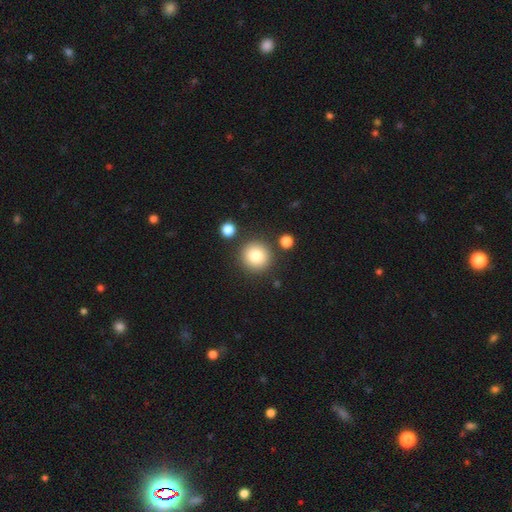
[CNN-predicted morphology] A smooth galaxy with no disk features (83%) that is round (93%).

Vote fractions:
- Smooth or featured? smooth: 83% / star or artifact: 10% / featured or disk: 8%
- How rounded? round: 93% / in between: 6% / cigar-shaped: 1%
- Merging? none: 85% / minor disturbance: 7% / merger: 6% / major disturbance: 3%